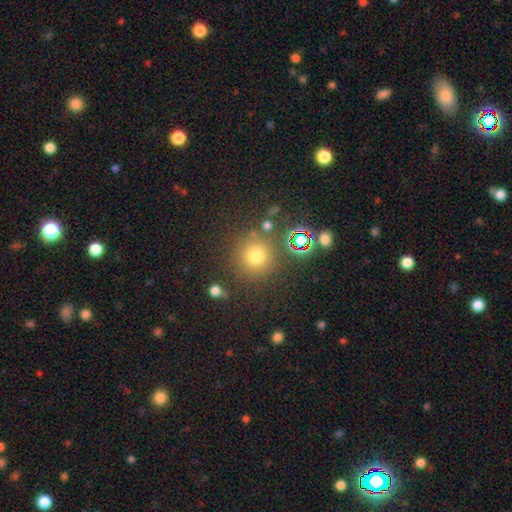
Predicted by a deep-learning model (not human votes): Smooth or featured? smooth (71%)
How rounded? round (94%)
Merging? none (82%)